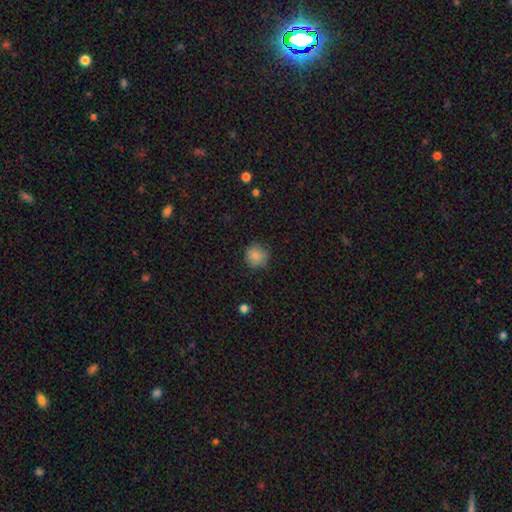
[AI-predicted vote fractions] Smooth or featured? smooth (86%)
How rounded? round (91%)
Merging? none (85%)